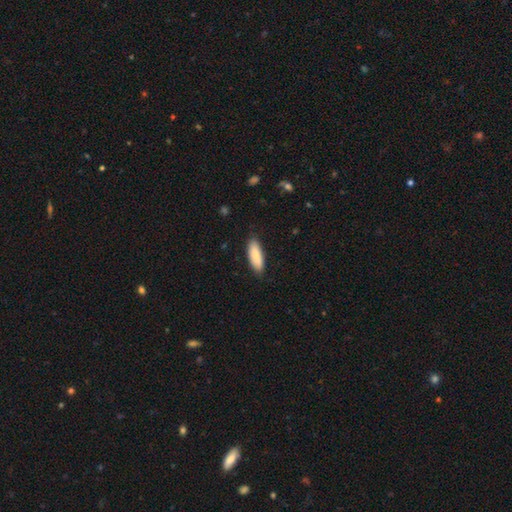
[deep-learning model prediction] smooth-or-featured: smooth: 86% | featured or disk: 9% | star or artifact: 5%
  how-rounded: in between: 64% | cigar-shaped: 35% | round: 2%
  merging: none: 86% | minor disturbance: 11% | major disturbance: 2% | merger: 1%